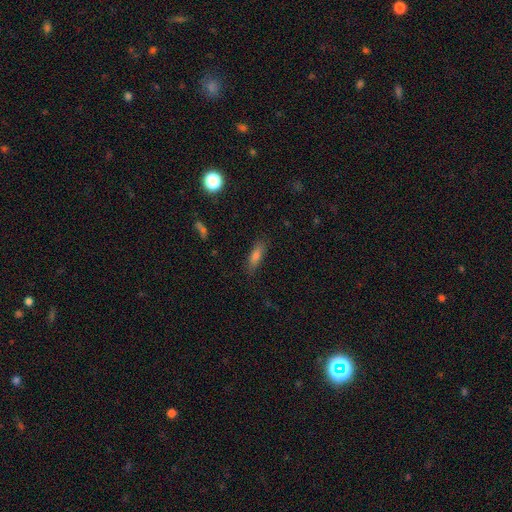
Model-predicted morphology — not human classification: Smooth or featured? smooth (72%)
How rounded? in between (52%)
Merging? none (83%)